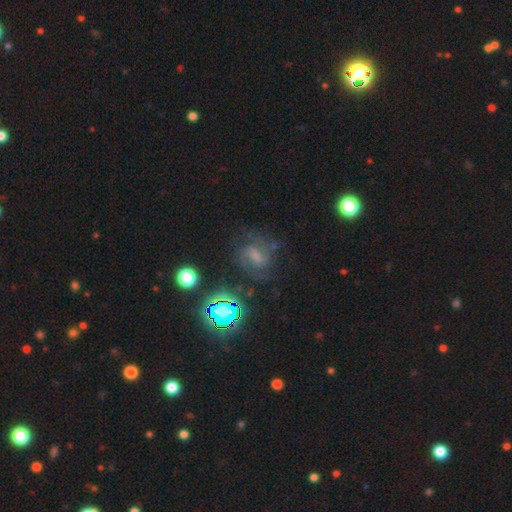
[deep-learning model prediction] A featured or disk galaxy (56%) with a weak bar (45%), spiral arms (87%) and no central bulge (32%).

Vote fractions:
- Smooth or featured? featured or disk: 56% / smooth: 24% / star or artifact: 20%
- Edge-on disk? no: 96% / yes: 4%
- Bar? weak: 45% / strong: 28% / no: 27%
- Spiral arms? yes: 87% / no: 13%
- Bulge size? none: 32% / moderate: 29% / small: 25% / large: 12% / dominant: 2%
- Merging? none: 62% / minor disturbance: 20% / major disturbance: 16% / merger: 3%